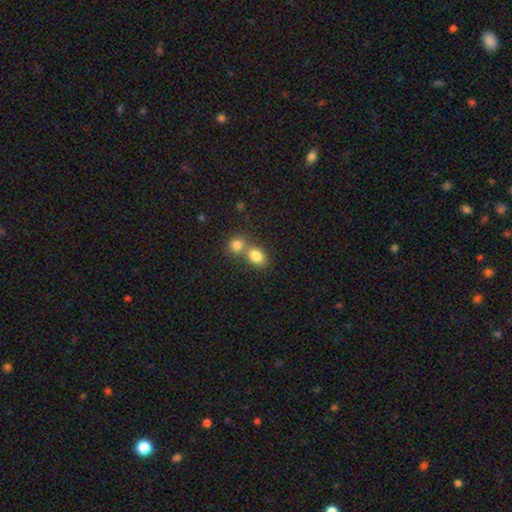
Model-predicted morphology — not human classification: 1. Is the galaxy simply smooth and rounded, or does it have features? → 81% smooth, 10% star or artifact, 9% featured or disk.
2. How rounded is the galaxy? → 54% in between, 45% round, 1% cigar-shaped.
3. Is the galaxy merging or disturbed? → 51% merger, 38% none, 8% minor disturbance, 3% major disturbance.